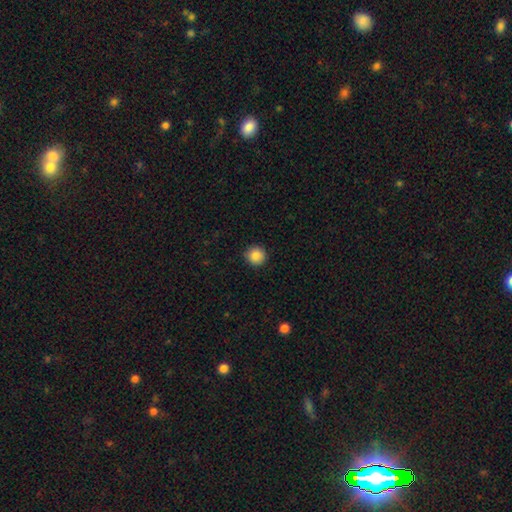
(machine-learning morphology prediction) A smooth galaxy with no disk features (86%) that is round (95%).

Vote fractions:
- Smooth or featured? smooth: 86% / star or artifact: 9% / featured or disk: 4%
- How rounded? round: 95% / in between: 4% / cigar-shaped: 1%
- Merging? none: 91% / minor disturbance: 6% / major disturbance: 2% / merger: 1%